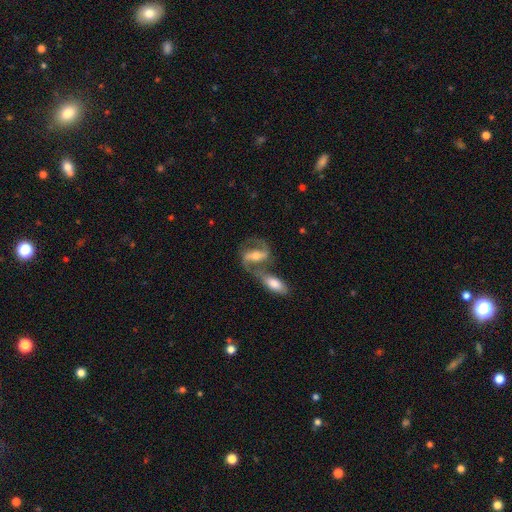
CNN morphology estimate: This is clearly a featured or disk galaxy (82%). It is clearly not viewed edge-on (93%). Bar: possibly strong (54%). Spiral arm pattern: clearly yes (94%). Spiral arm count: clearly 2 (91%). Spiral winding: possibly medium (52%). Central bulge: possibly moderate (54%). Merging: marginally none (42%).